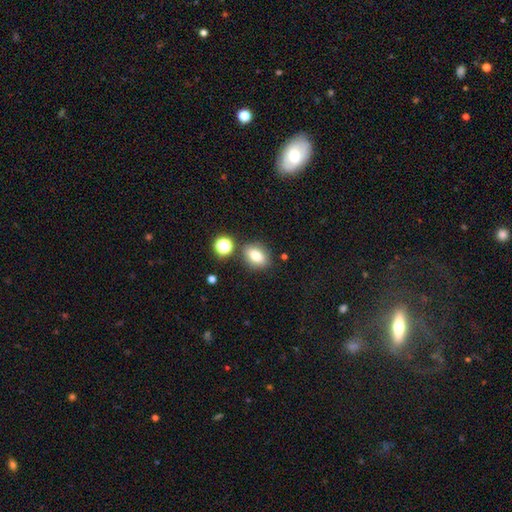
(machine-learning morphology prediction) Smooth or featured? Predicted: smooth (p=0.80). How rounded? Predicted: in between (p=0.74). Merging? Predicted: none (p=0.78).